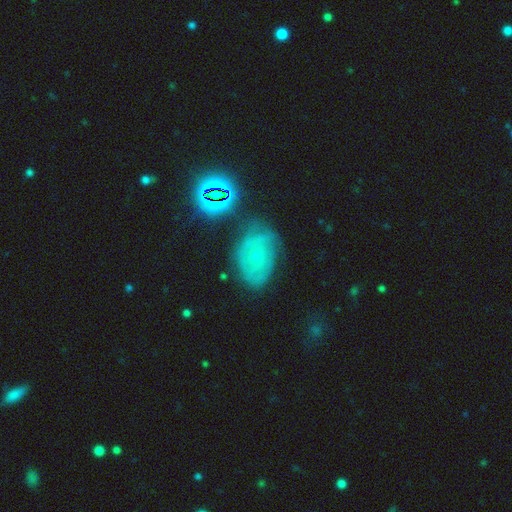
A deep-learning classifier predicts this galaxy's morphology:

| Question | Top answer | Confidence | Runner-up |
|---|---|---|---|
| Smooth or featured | featured or disk | 52% | smooth (26%) |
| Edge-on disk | no | 96% | yes (4%) |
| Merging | none | 61% | minor disturbance (24%) |